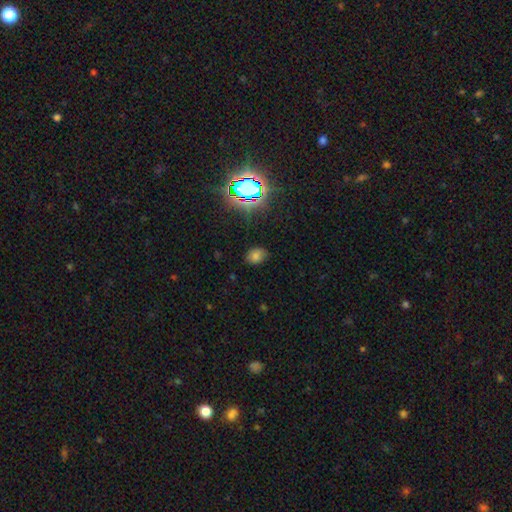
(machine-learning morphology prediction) Smooth or featured? Predicted: smooth (p=0.62). How rounded? Predicted: in between (p=0.63). Merging? Predicted: none (p=0.79).